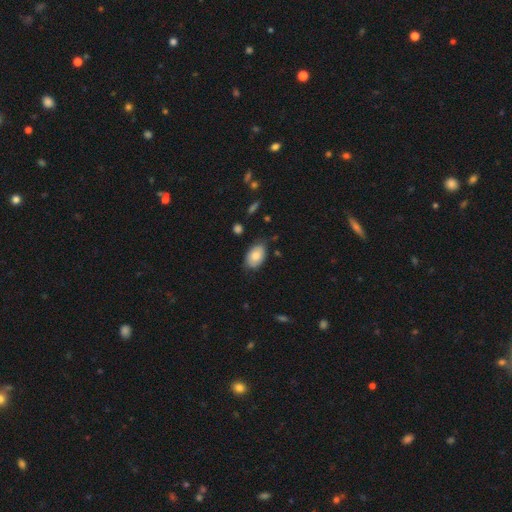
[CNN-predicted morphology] Overall: smooth (81%). How rounded: in between (91%). Merging: none (76%).